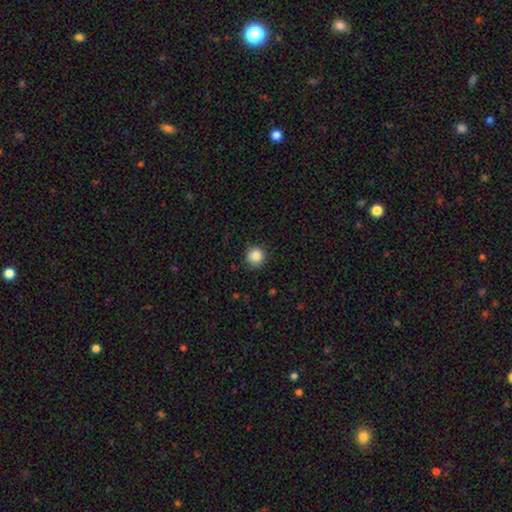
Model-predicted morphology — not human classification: Smooth or featured?
  - smooth: 86% *
  - star or artifact: 10%
  - featured or disk: 4%
How rounded?
  - round: 94% *
  - in between: 5%
  - cigar-shaped: 1%
Merging?
  - none: 89% *
  - minor disturbance: 8%
  - major disturbance: 2%
  - merger: 1%